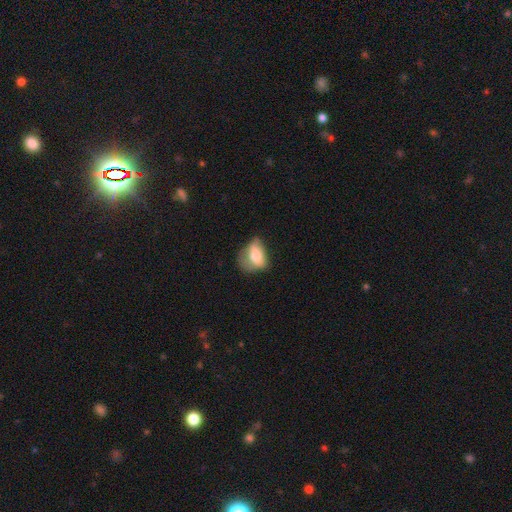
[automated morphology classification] A smooth galaxy with no disk features (68%) that is in between round and cigar-shaped (76%). Merging: minor disturbance (36%).